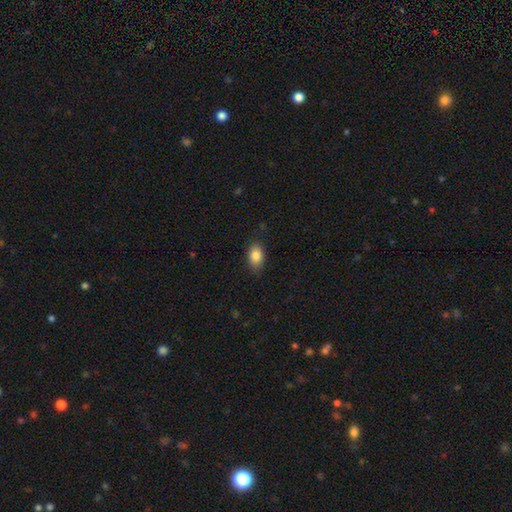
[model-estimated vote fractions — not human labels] Morphology: type=smooth (86%); roundness=in between (88%); merging=none (85%).